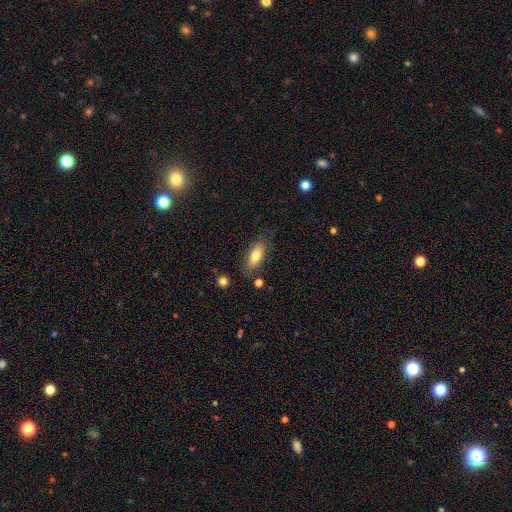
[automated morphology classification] Smooth or featured? Predicted: smooth (p=0.76). How rounded? Predicted: in between (p=0.80). Merging? Predicted: none (p=0.78).